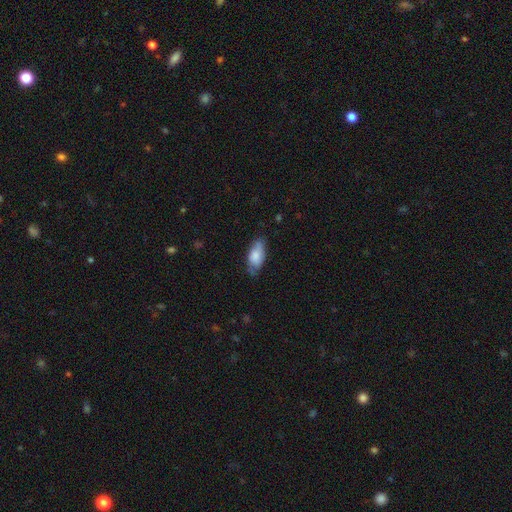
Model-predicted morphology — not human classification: A smooth galaxy with no disk features (74%) that is in between round and cigar-shaped (89%).

Vote fractions:
- Smooth or featured? smooth: 74% / featured or disk: 19% / star or artifact: 7%
- How rounded? in between: 89% / cigar-shaped: 8% / round: 3%
- Merging? none: 61% / minor disturbance: 31% / major disturbance: 7% / merger: 2%